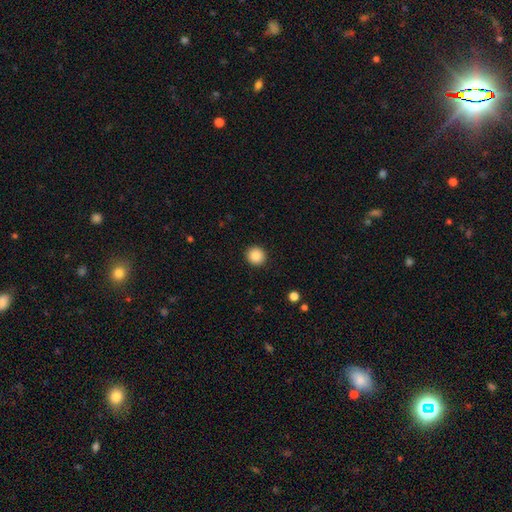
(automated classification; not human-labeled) This appears to be a smooth galaxy with no disk features (88%) that is round (91%). Merging: none (92%).